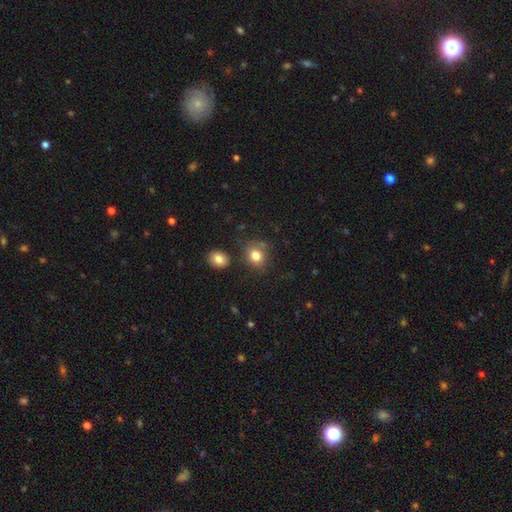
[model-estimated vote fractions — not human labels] smooth-or-featured: smooth: 81% | star or artifact: 11% | featured or disk: 8%
  how-rounded: round: 69% | in between: 30% | cigar-shaped: 1%
  merging: none: 72% | minor disturbance: 15% | merger: 8% | major disturbance: 5%